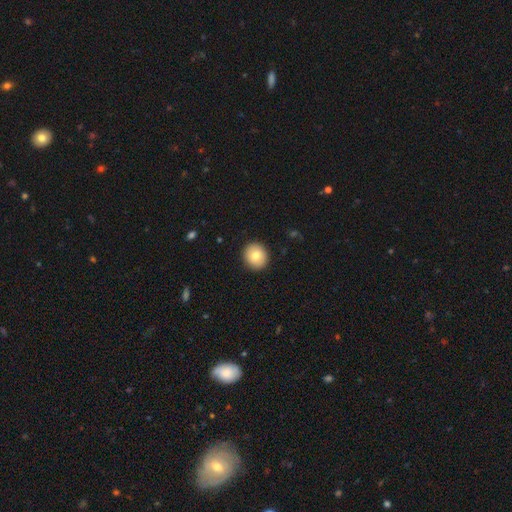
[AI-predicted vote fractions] Smooth or featured?
  - smooth: 78% *
  - featured or disk: 14%
  - star or artifact: 8%
How rounded?
  - round: 85% *
  - in between: 14%
  - cigar-shaped: 1%
Merging?
  - none: 91% *
  - minor disturbance: 6%
  - major disturbance: 2%
  - merger: 1%